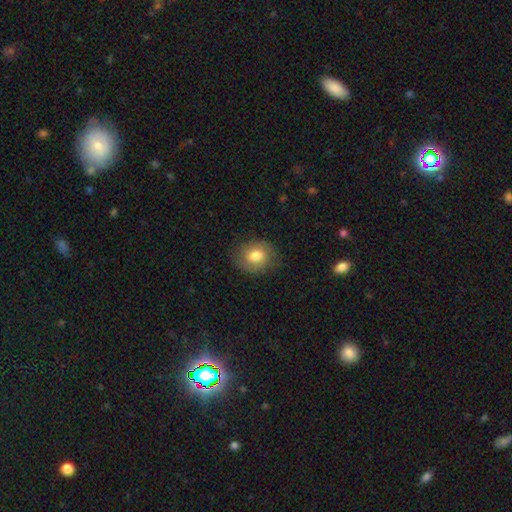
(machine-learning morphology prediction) smooth_or_featured: smooth (p=0.67) [alt: featured or disk p=0.25]
how_rounded: round (p=0.58) [alt: in between p=0.42]
merging: none (p=0.78) [alt: minor disturbance p=0.16]